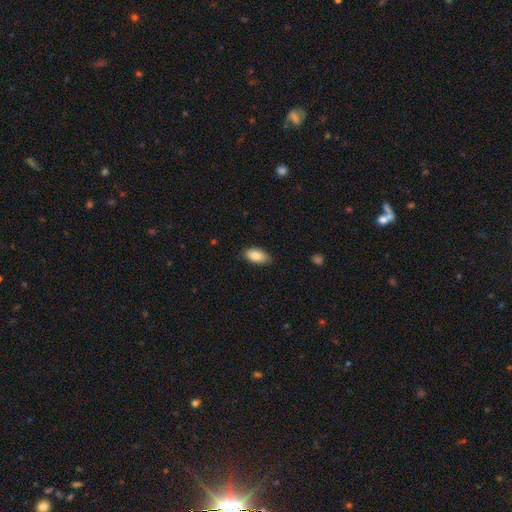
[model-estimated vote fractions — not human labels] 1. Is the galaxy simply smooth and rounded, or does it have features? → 85% smooth, 8% featured or disk, 7% star or artifact.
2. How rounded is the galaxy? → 94% in between, 3% cigar-shaped, 3% round.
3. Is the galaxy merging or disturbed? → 81% none, 15% minor disturbance, 2% major disturbance, 1% merger.